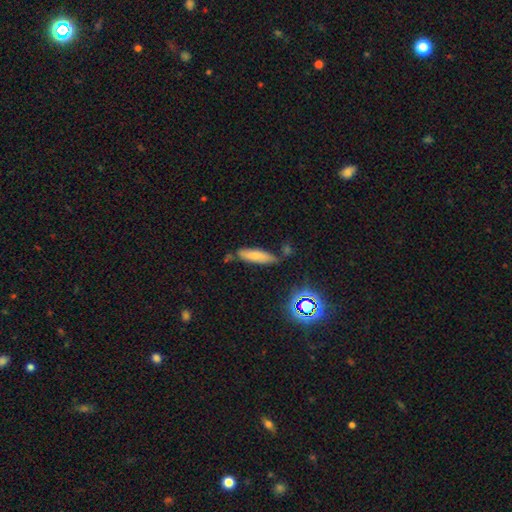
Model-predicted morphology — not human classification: The model was most divided on "how rounded": cigar-shaped: 62%, in between: 36%, round: 2%. More confident: smooth or featured — smooth (73%); merging — none (67%).